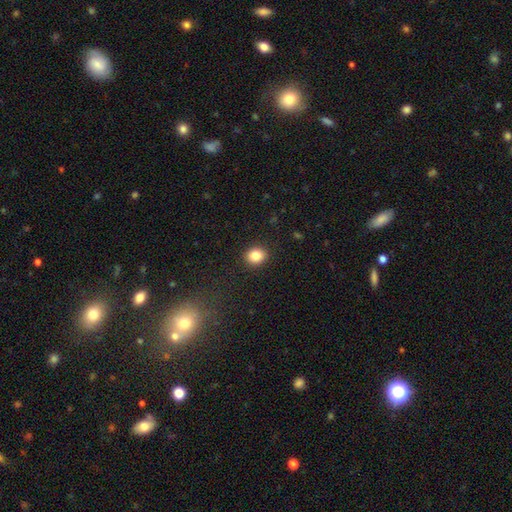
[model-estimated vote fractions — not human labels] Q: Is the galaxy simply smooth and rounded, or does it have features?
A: smooth — 84%.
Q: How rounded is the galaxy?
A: round — 72%.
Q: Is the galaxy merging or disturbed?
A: none — 91%.